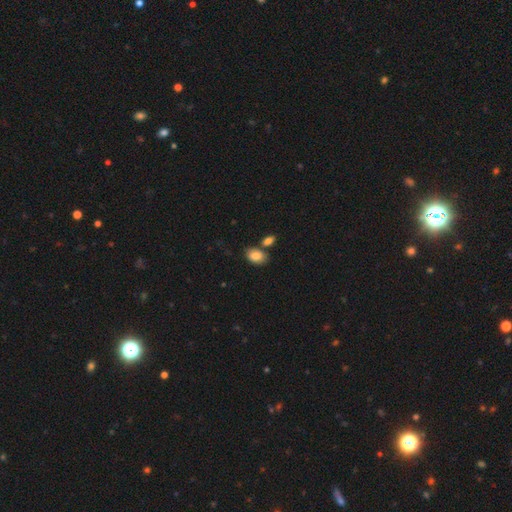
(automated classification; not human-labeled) Smooth or featured? smooth (85%)
How rounded? in between (87%)
Merging? none (62%)